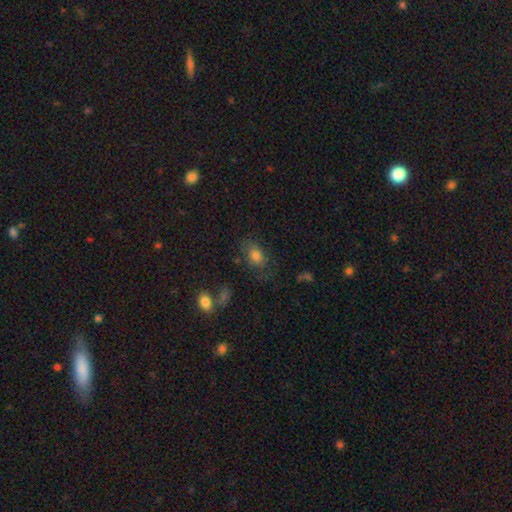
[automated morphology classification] Overall: smooth (75%). How rounded: in between (78%). Merging: none (64%).